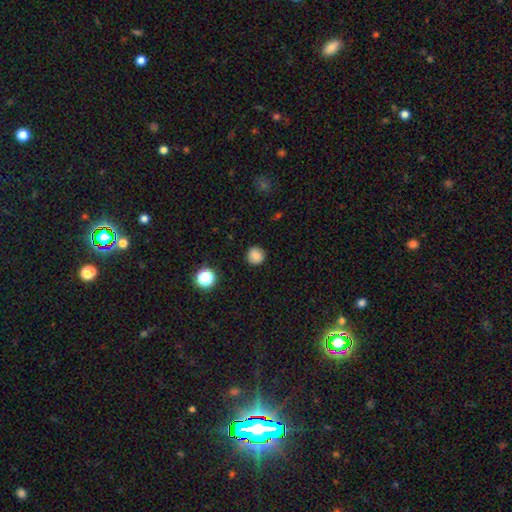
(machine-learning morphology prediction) Q: Smooth or featured?
A: smooth (82%); runner-up: star or artifact (11%)
Q: How rounded?
A: round (93%); runner-up: in between (6%)
Q: Merging?
A: none (90%); runner-up: minor disturbance (6%)